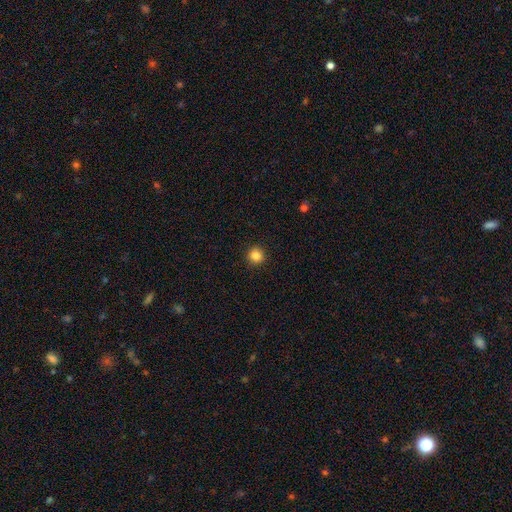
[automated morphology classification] A smooth galaxy with no disk features (85%) that is round (94%). Merging: none (93%).